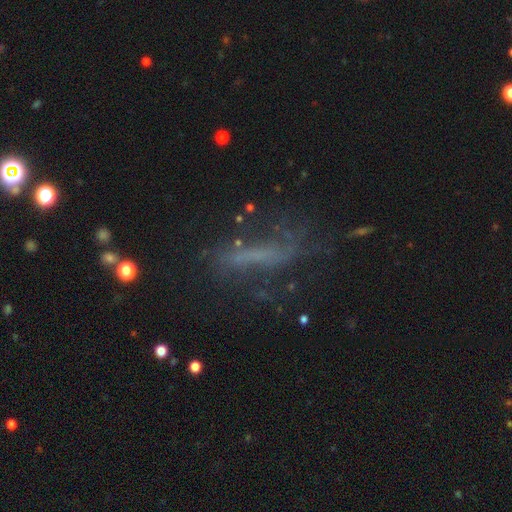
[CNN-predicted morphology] This appears to be a featured or disk galaxy (45%). Merging: none (52%).